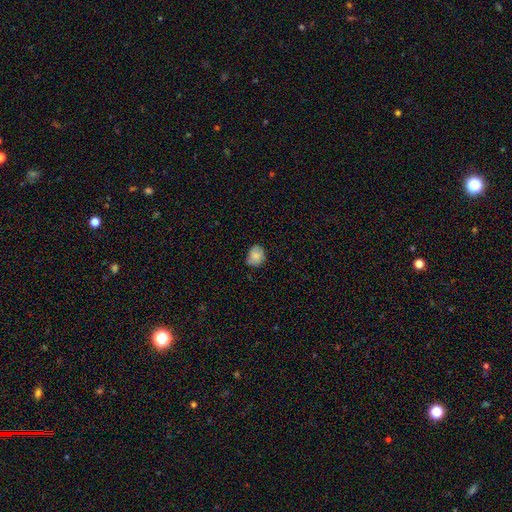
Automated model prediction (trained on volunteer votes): A smooth galaxy with no disk features (80%) that is round (58%).

Vote fractions:
- Smooth or featured? smooth: 80% / featured or disk: 12% / star or artifact: 8%
- How rounded? round: 58% / in between: 41% / cigar-shaped: 1%
- Merging? none: 63% / minor disturbance: 31% / major disturbance: 5% / merger: 1%